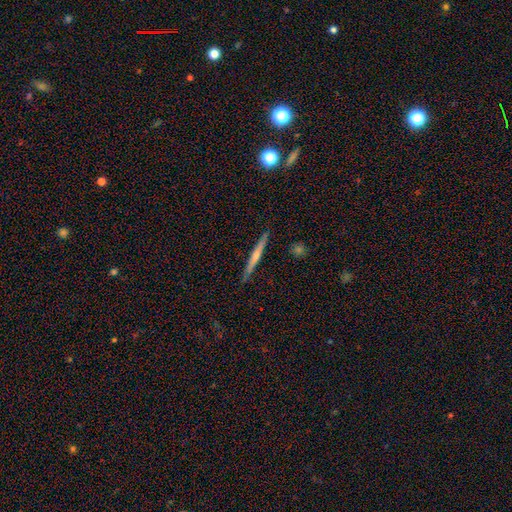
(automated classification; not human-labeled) This is likely a featured or disk galaxy (61%). It is clearly viewed edge-on (98%). Edge-on bulge: likely rounded (61%). Merging: clearly none (90%).